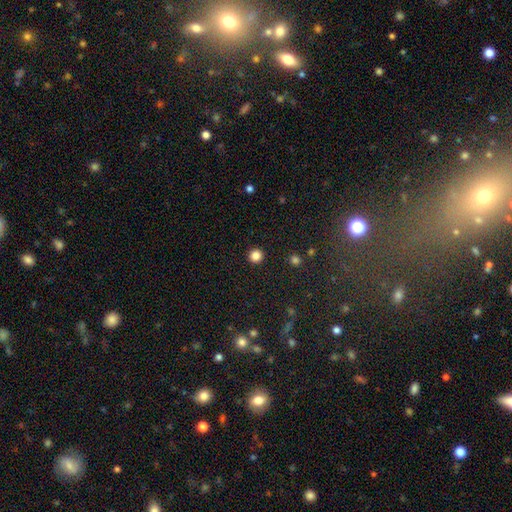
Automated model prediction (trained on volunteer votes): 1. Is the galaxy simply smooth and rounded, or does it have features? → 85% smooth, 12% star or artifact, 3% featured or disk.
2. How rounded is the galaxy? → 95% round, 4% in between, 1% cigar-shaped.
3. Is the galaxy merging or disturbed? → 93% none, 4% minor disturbance, 2% major disturbance, 1% merger.